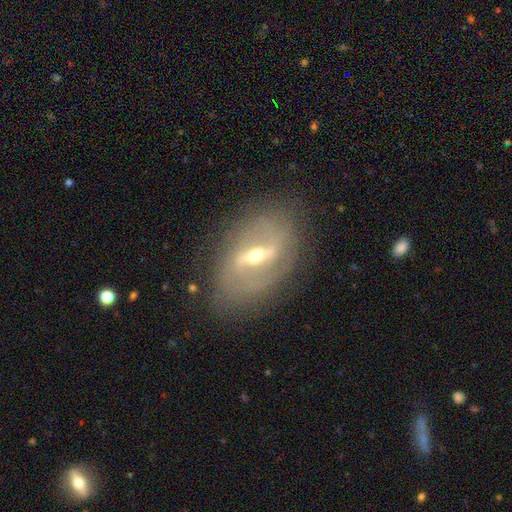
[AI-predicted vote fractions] Q: Smooth or featured?
A: featured or disk (84%); runner-up: smooth (10%)
Q: Edge-on disk?
A: no (90%); runner-up: yes (10%)
Q: Bar?
A: strong (62%); runner-up: weak (30%)
Q: Spiral arms?
A: yes (73%); runner-up: no (27%)
Q: Spiral winding?
A: medium (39%); runner-up: loose (37%)
Q: Spiral arm count?
A: 2 (79%); runner-up: can't tell (12%)
Q: Bulge size?
A: moderate (61%); runner-up: small (33%)
Q: Merging?
A: none (77%); runner-up: minor disturbance (15%)